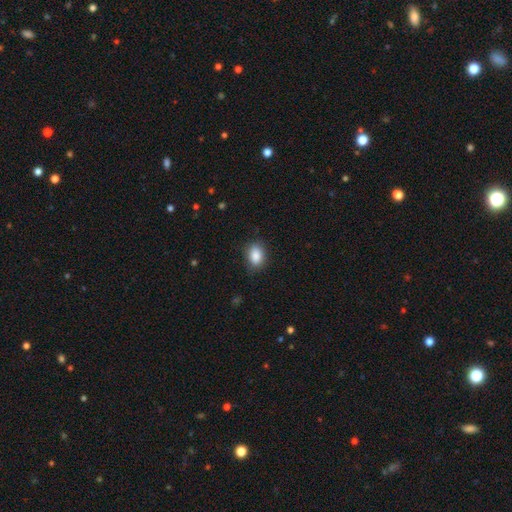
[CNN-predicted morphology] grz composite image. It shows a smooth galaxy with no disk features (88%) that is in between round and cigar-shaped (80%). Merging: none (82%).